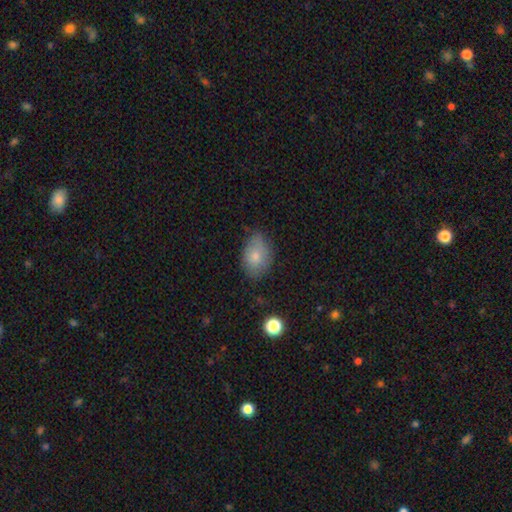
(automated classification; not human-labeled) Morphology: type=smooth (79%); roundness=in between (82%); merging=none (67%).